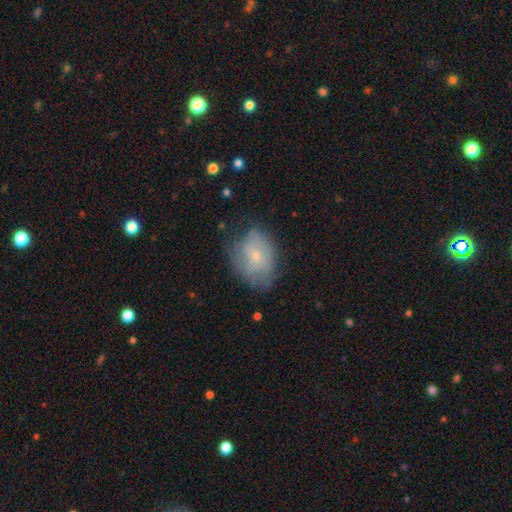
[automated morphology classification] This appears to be a smooth galaxy with no disk features (48%). Merging: none (56%).